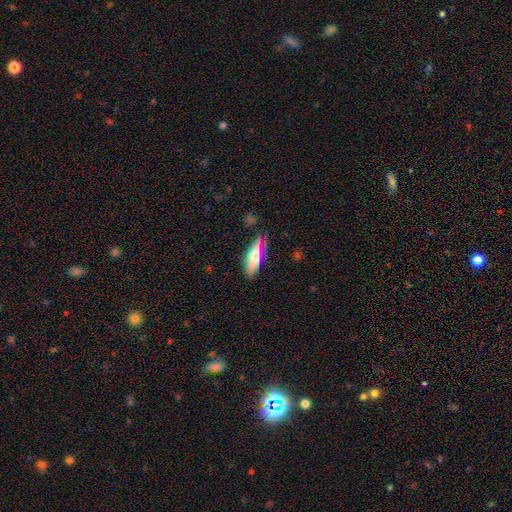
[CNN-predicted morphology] The model was most divided on "how rounded": in between: 61%, cigar-shaped: 36%, round: 3%. More confident: merging — none (78%); smooth or featured — smooth (70%).